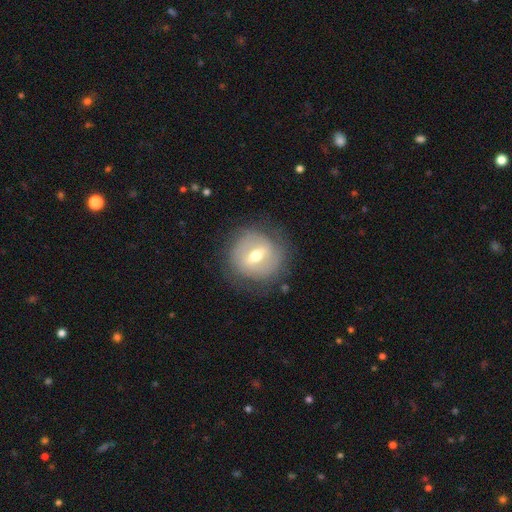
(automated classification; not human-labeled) This appears to be a featured or disk galaxy (62%) with a weak bar (47%), spiral arms (51%) and a moderate central bulge (70%). Merging: none (78%).